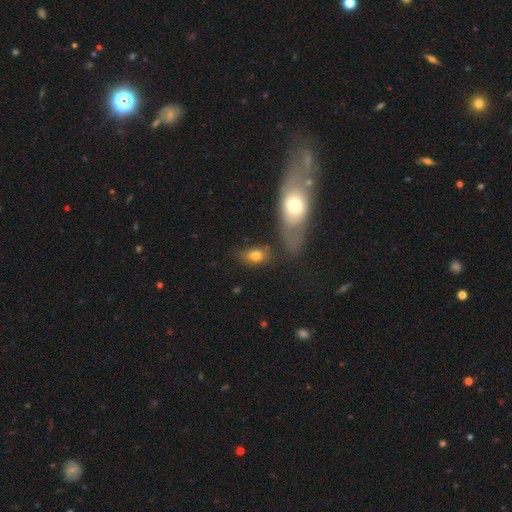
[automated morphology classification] A smooth galaxy with no disk features (74%) that is in between round and cigar-shaped (81%).

Vote fractions:
- Smooth or featured? smooth: 74% / featured or disk: 16% / star or artifact: 10%
- How rounded? in between: 81% / round: 15% / cigar-shaped: 4%
- Merging? none: 58% / minor disturbance: 17% / merger: 16% / major disturbance: 9%